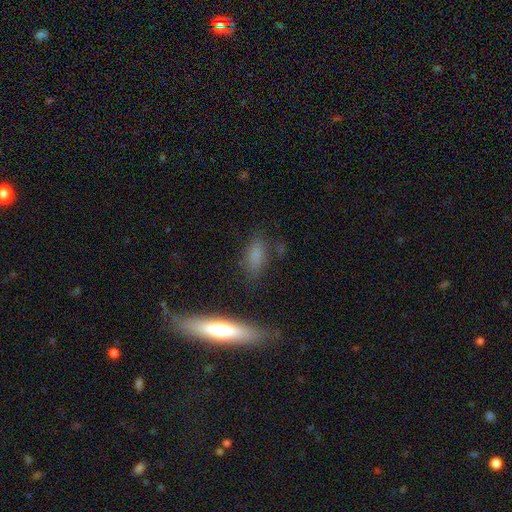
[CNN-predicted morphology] This is likely a smooth galaxy (73%). How rounded: possibly in between (59%). Merging: likely none (72%).